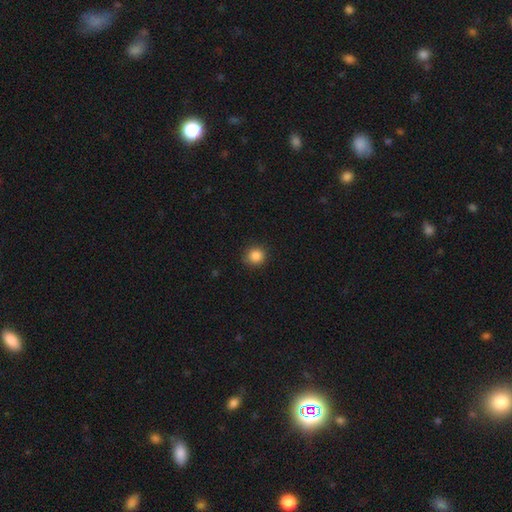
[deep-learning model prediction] Smooth or featured? smooth (86%)
How rounded? round (90%)
Merging? none (88%)